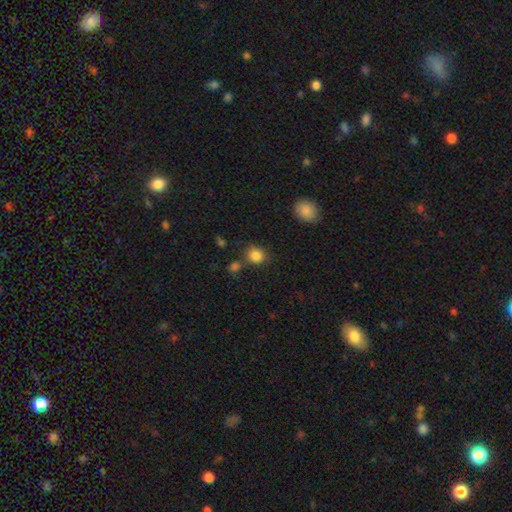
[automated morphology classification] This appears to be a smooth galaxy with no disk features (84%) that is round (70%). Merging: none (73%).